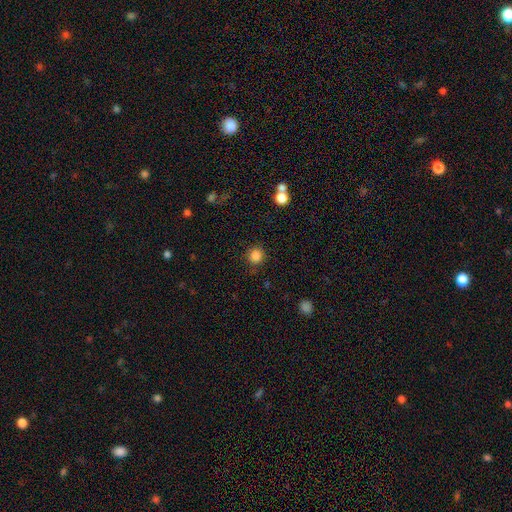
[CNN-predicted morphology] Q: Smooth or featured?
A: smooth (84%); runner-up: star or artifact (12%)
Q: How rounded?
A: round (89%); runner-up: in between (10%)
Q: Merging?
A: none (84%); runner-up: minor disturbance (10%)